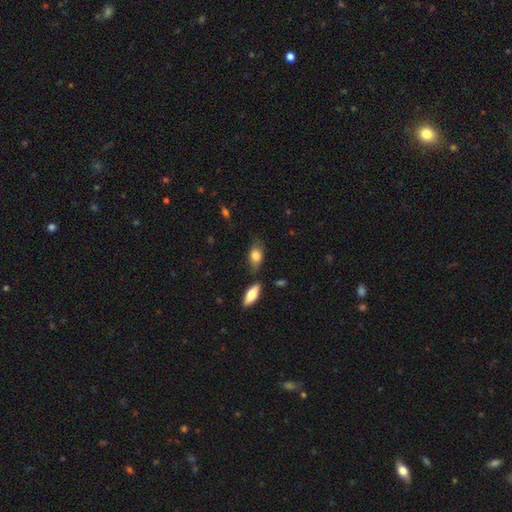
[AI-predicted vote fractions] Q: Smooth or featured?
A: smooth (77%); runner-up: featured or disk (16%)
Q: How rounded?
A: in between (86%); runner-up: round (8%)
Q: Merging?
A: none (66%); runner-up: minor disturbance (21%)